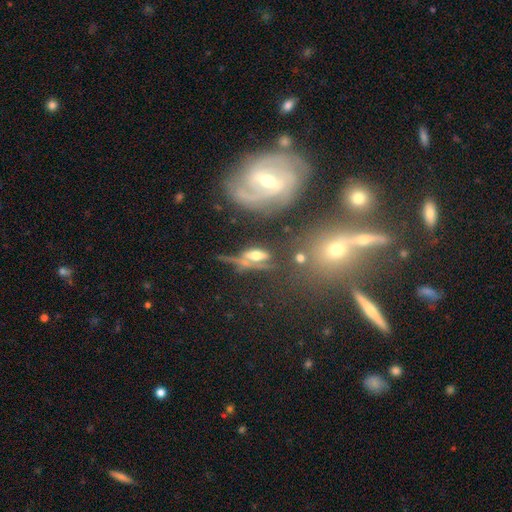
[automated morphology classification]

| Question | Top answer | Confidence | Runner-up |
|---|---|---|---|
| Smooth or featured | featured or disk | 52% | smooth (35%) |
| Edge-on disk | yes | 55% | no (45%) |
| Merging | none | 36% | merger (22%) |